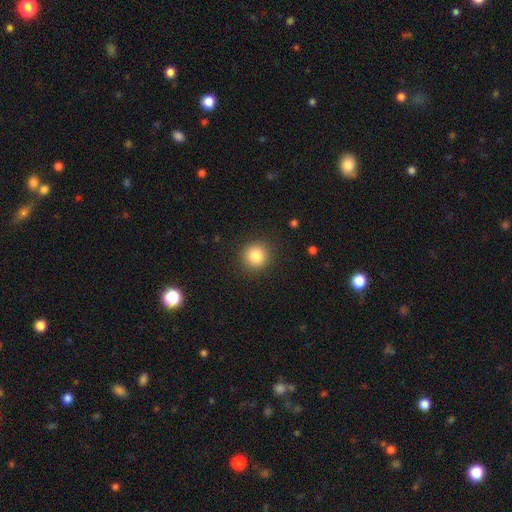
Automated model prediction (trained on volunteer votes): Smooth or featured? smooth (84%)
How rounded? round (92%)
Merging? none (90%)